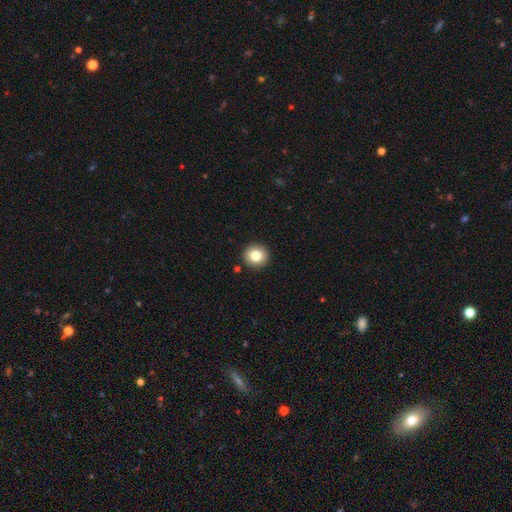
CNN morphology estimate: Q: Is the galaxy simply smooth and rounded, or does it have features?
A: smooth — 82%.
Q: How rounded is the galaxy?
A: round — 94%.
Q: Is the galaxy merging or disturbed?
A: none — 91%.